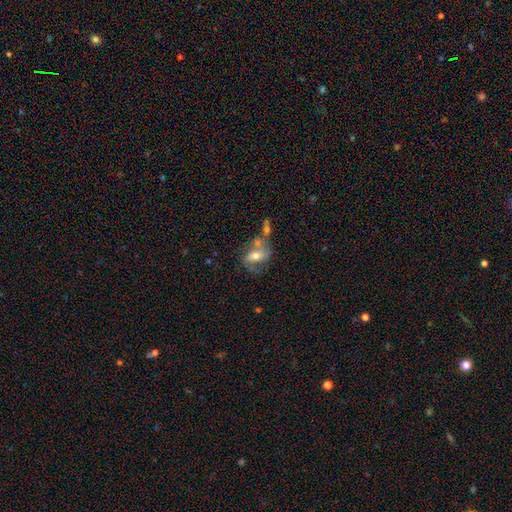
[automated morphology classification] featured or disk 53%, smooth 38%, star or artifact 9%. Down the decision tree: edge-on disk — no (93%); merging — none (37%).